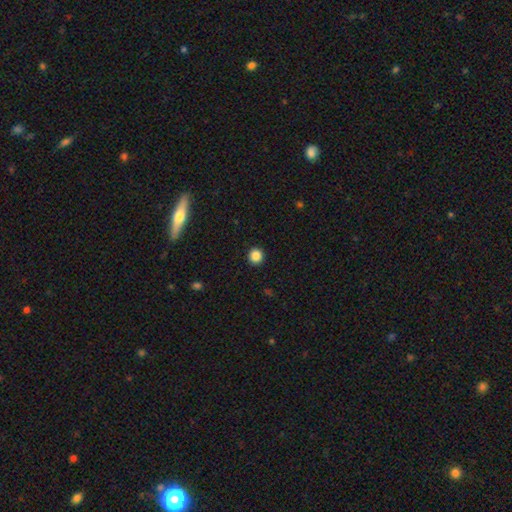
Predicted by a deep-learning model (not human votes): This appears to be a smooth galaxy with no disk features (86%) that is round (93%). Merging: none (93%).